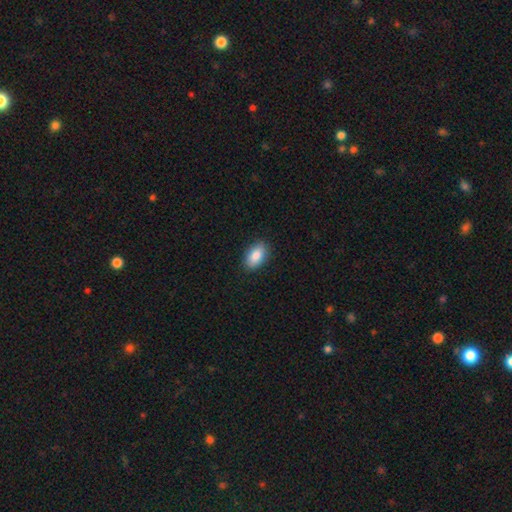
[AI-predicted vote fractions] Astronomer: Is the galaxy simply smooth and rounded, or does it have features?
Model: smooth — 87%.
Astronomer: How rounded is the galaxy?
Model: in between — 92%.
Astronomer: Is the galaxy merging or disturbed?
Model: none — 88%.